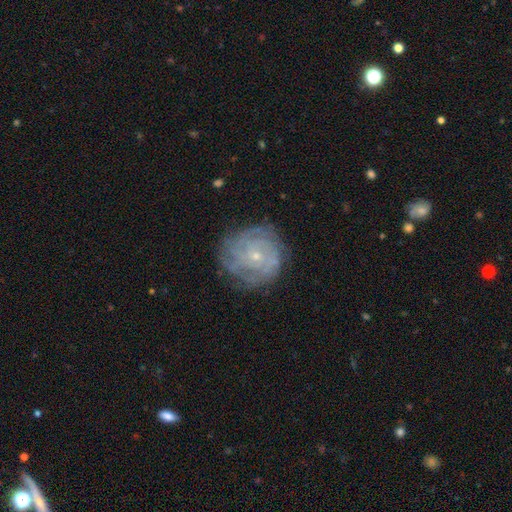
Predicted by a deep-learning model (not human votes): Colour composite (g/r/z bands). It shows a featured or disk galaxy (74%) with no bar (75%), tight (74%) spiral arms (88%) and a small central bulge (79%). Merging: none (77%).